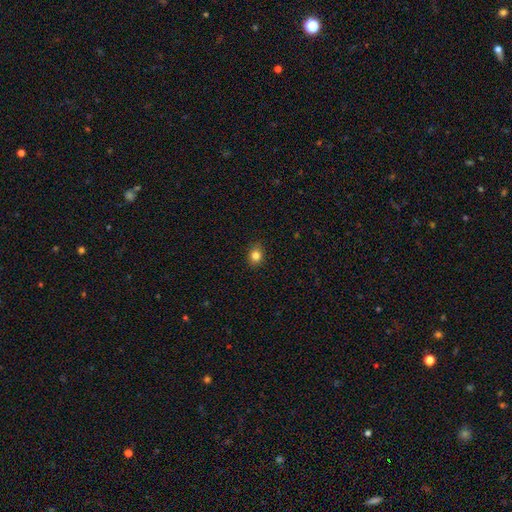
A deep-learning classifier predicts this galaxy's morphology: Smooth or featured: smooth — 83% (star or artifact — 12%)
How rounded: round — 63% (in between — 36%)
Merging: none — 88% (minor disturbance — 9%)